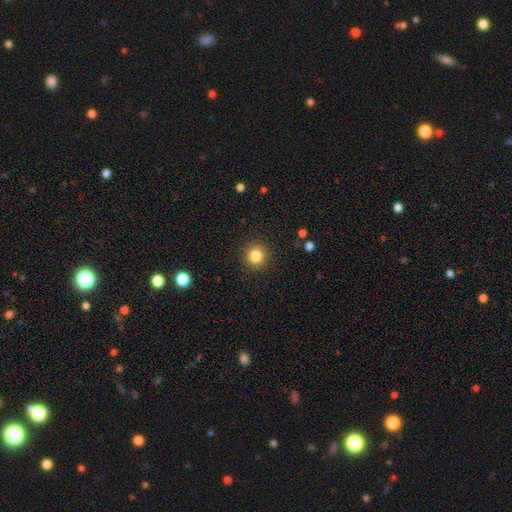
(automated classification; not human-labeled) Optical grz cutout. It shows a smooth galaxy with no disk features (83%) that is round (93%). Merging: none (91%).